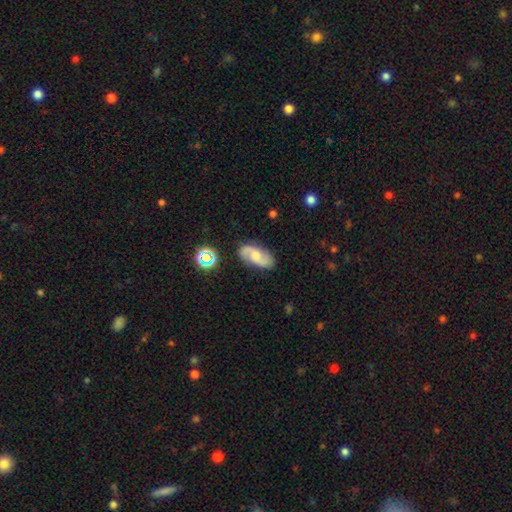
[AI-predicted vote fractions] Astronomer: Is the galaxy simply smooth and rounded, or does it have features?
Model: featured or disk — 69%.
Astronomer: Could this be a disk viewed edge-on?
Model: no — 95%.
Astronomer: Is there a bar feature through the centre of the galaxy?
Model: no — 53% (runner-up: weak, 40%).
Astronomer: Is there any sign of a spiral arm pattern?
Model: yes — 94%.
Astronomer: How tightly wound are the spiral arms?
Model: loose — 44% (runner-up: medium, 42%).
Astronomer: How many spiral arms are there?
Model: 2 — 89%.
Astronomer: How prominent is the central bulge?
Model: moderate — 47% (runner-up: small, 33%).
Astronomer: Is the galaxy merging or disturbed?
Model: none — 80%.